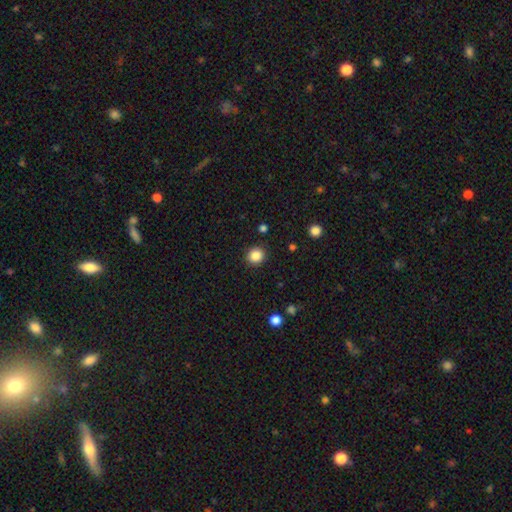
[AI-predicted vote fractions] This is clearly a smooth galaxy (86%). How rounded: clearly round (88%). Merging: clearly none (91%).